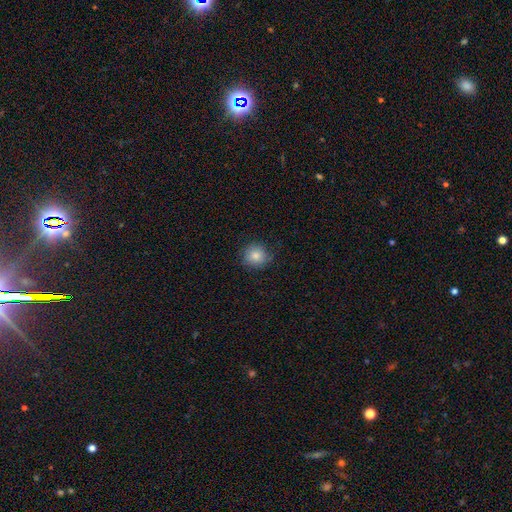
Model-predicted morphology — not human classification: This is clearly a smooth galaxy (82%). How rounded: clearly round (88%). Merging: likely none (79%).